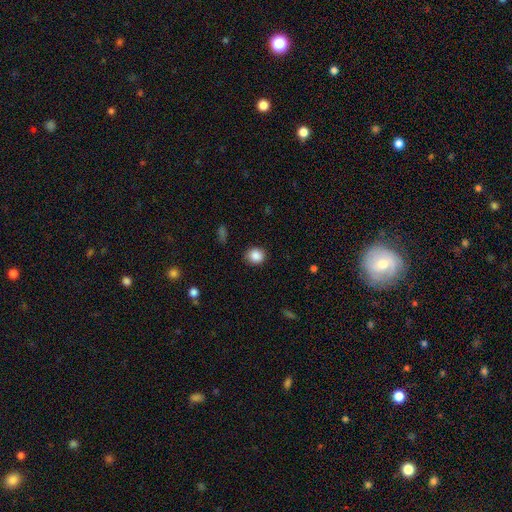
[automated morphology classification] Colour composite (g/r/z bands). It shows a smooth galaxy with no disk features (87%) that is round (80%). Merging: none (87%).